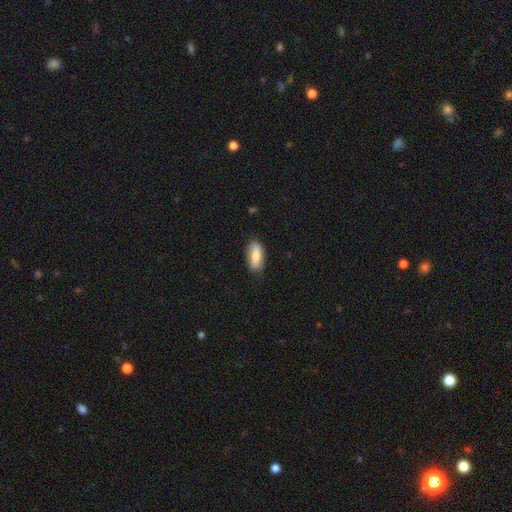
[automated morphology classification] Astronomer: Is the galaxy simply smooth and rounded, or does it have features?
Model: smooth — 75%.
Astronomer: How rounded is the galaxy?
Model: in between — 85%.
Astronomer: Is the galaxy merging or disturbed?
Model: none — 82%.